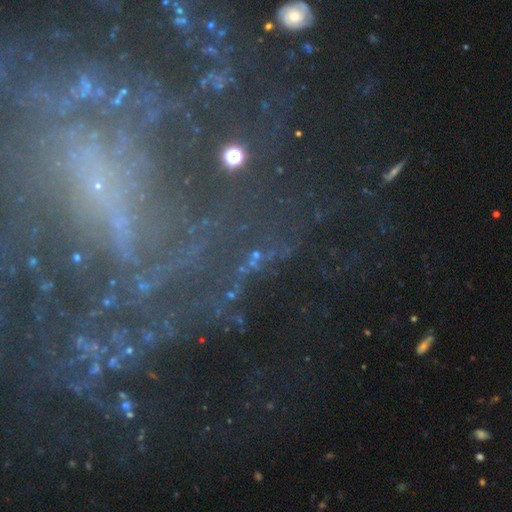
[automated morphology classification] A star or artifact, not a galaxy (54%).

Vote fractions:
- Smooth or featured? star or artifact: 54% / featured or disk: 33% / smooth: 13%